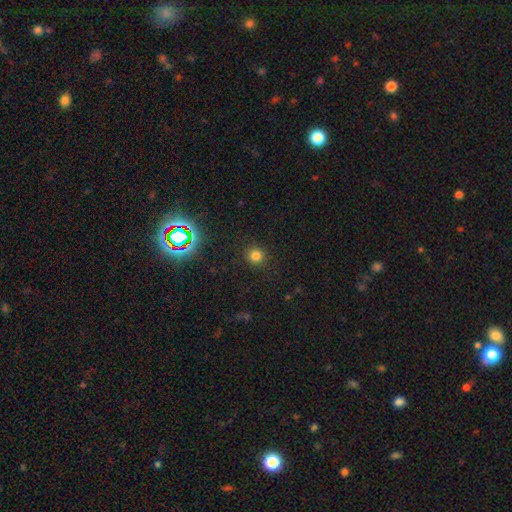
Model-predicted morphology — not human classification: Smooth or featured: smooth — 77% (star or artifact — 18%)
How rounded: round — 92% (in between — 7%)
Merging: none — 89% (minor disturbance — 6%)